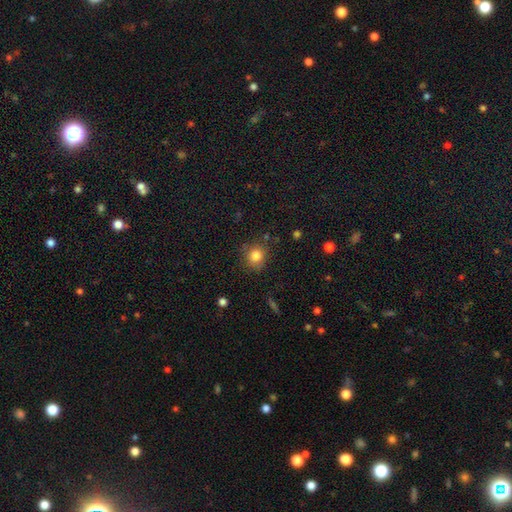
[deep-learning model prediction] This appears to be a smooth galaxy with no disk features (83%) that is round (84%). Merging: none (79%).